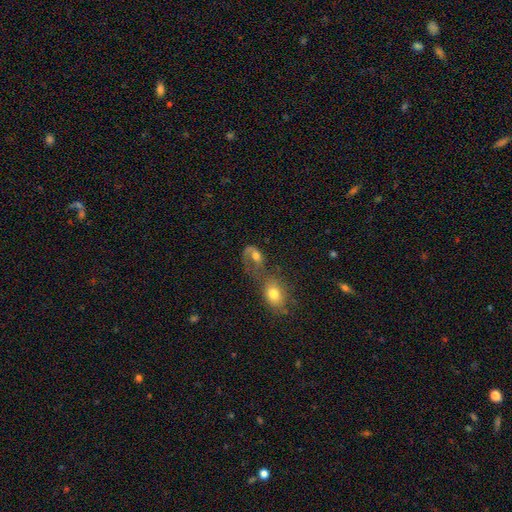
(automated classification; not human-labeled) A smooth galaxy with no disk features (46%). Merging: merger (51%).